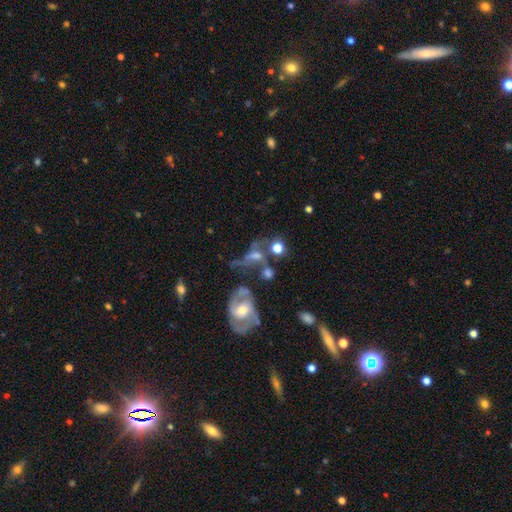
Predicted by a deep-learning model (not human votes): This appears to be a featured or disk galaxy (54%). Merging: none (41%).